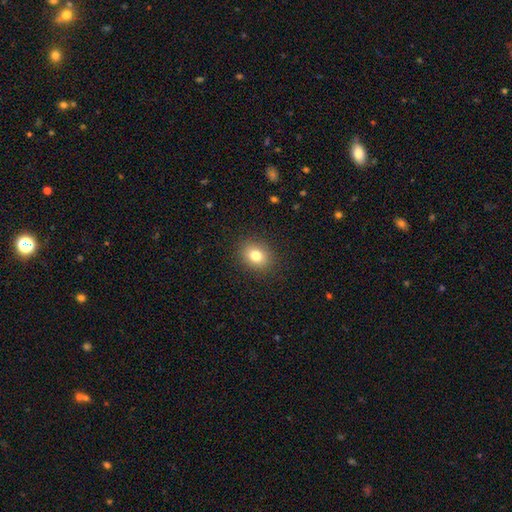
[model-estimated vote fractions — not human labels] Smooth or featured? smooth (80%)
How rounded? round (53%)
Merging? none (89%)